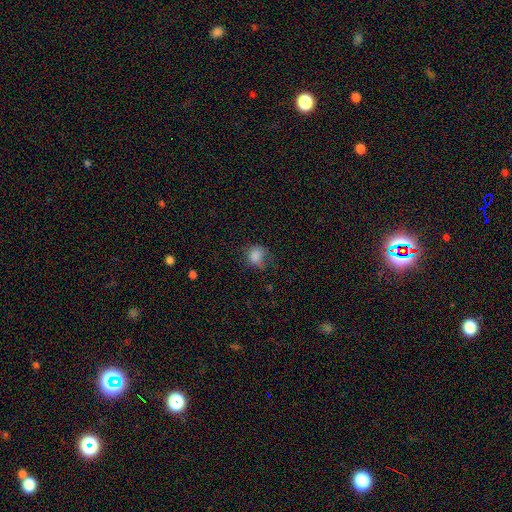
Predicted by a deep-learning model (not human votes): The model was most divided on "merging": none: 50%, minor disturbance: 30%, major disturbance: 17%, merger: 2%. More confident: smooth or featured — smooth (82%); how rounded — round (66%).